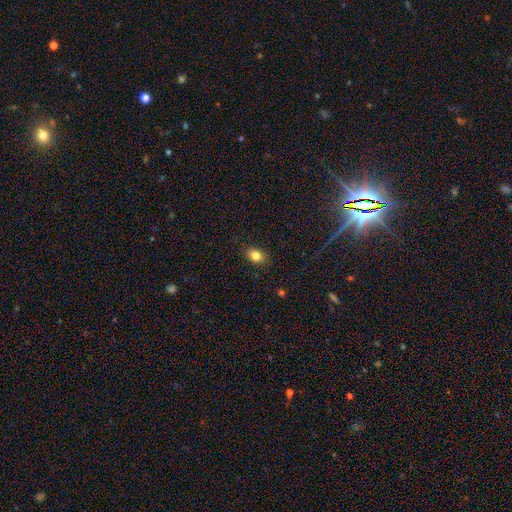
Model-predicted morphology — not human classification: This appears to be a smooth galaxy with no disk features (83%) that is in between round and cigar-shaped (76%). Merging: none (87%).